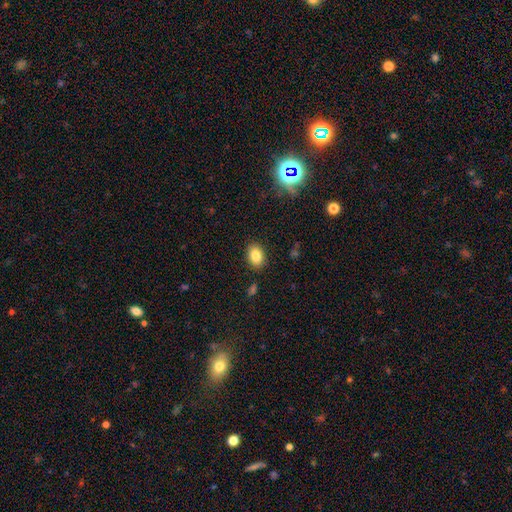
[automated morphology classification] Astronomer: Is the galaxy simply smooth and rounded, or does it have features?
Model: smooth — 84%.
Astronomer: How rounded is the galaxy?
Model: in between — 79%.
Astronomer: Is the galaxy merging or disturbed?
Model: none — 87%.